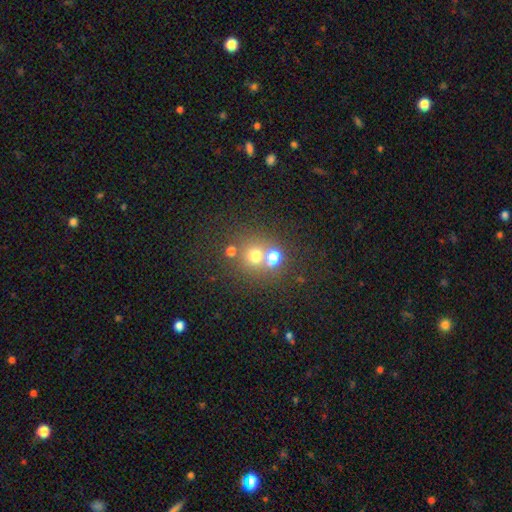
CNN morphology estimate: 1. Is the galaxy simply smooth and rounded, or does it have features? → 64% smooth, 22% star or artifact, 14% featured or disk.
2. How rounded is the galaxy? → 87% round, 12% in between, 1% cigar-shaped.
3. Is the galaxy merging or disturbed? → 53% none, 36% merger, 7% minor disturbance, 4% major disturbance.